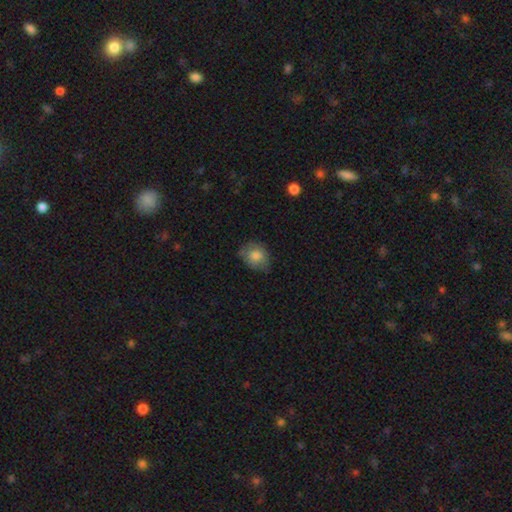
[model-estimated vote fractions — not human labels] Morphology: type=smooth (80%); roundness=round (56%); merging=none (69%).